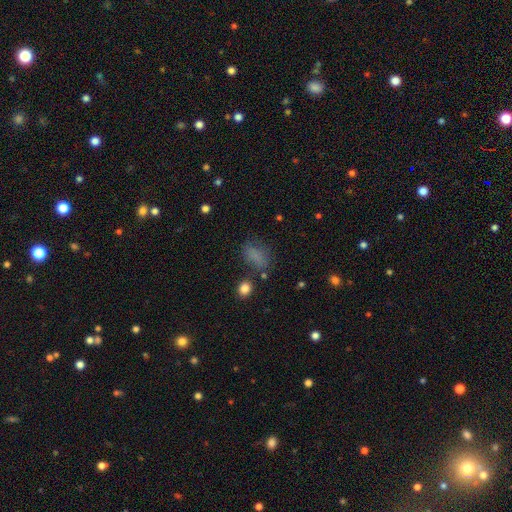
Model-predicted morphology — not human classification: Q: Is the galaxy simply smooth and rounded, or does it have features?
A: smooth — 71%.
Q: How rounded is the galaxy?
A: in between — 80%.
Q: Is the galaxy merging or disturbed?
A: none — 59%.